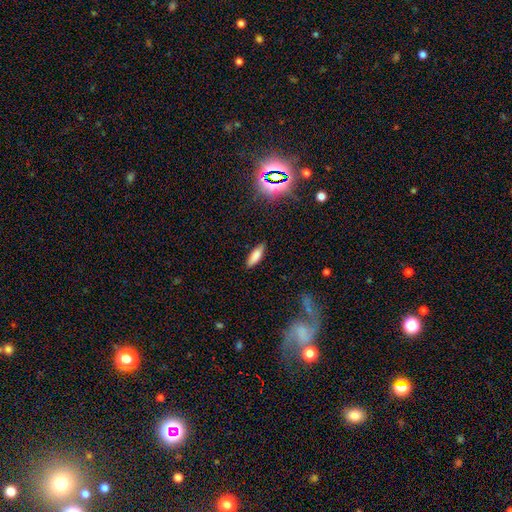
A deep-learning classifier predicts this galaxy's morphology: smooth_or_featured: smooth (p=0.78) [alt: featured or disk p=0.12]
how_rounded: in between (p=0.56) [alt: cigar-shaped p=0.42]
merging: none (p=0.84) [alt: minor disturbance p=0.12]